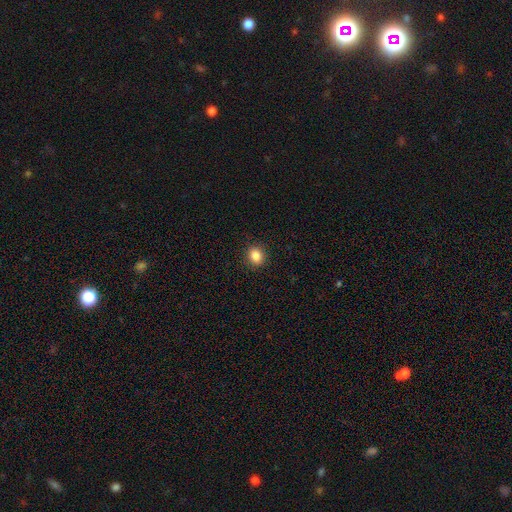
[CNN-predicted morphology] smooth_or_featured: smooth (p=0.85) [alt: star or artifact p=0.10]
how_rounded: round (p=0.69) [alt: in between p=0.30]
merging: none (p=0.91) [alt: minor disturbance p=0.07]